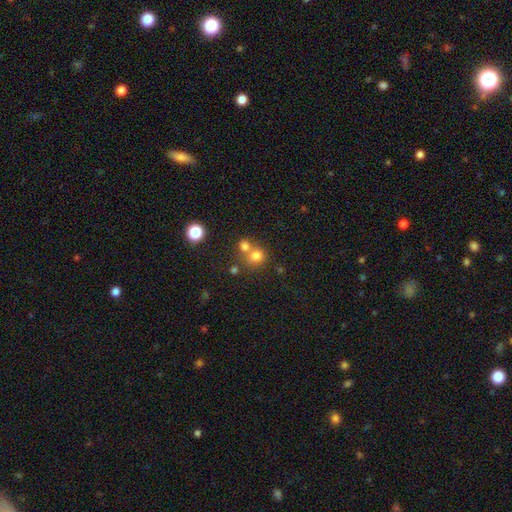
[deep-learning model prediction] The model was most divided on "merging": merger: 45%, none: 43%, minor disturbance: 8%, major disturbance: 4%. More confident: how rounded — round (78%); smooth or featured — smooth (74%).